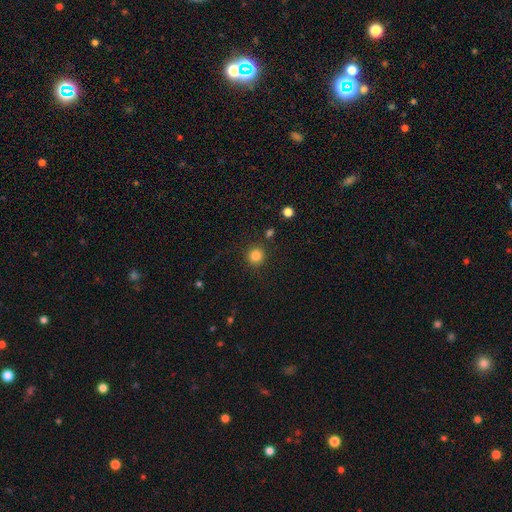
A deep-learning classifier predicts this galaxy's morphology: Smooth or featured? Predicted: smooth (p=0.84). How rounded? Predicted: round (p=0.93). Merging? Predicted: none (p=0.89).